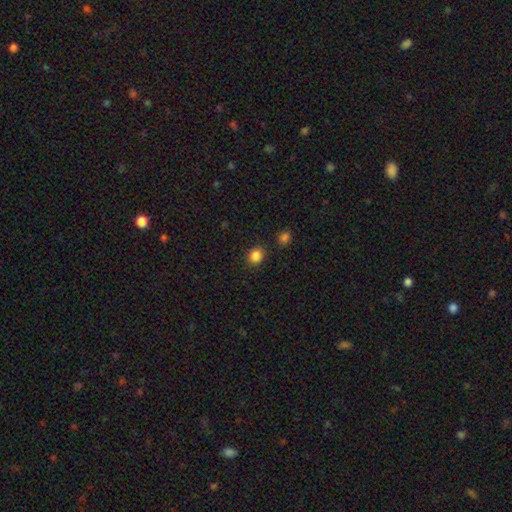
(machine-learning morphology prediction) A smooth galaxy with no disk features (85%) that is round (79%).

Vote fractions:
- Smooth or featured? smooth: 85% / star or artifact: 11% / featured or disk: 4%
- How rounded? round: 79% / in between: 20% / cigar-shaped: 1%
- Merging? none: 88% / minor disturbance: 7% / merger: 3% / major disturbance: 2%